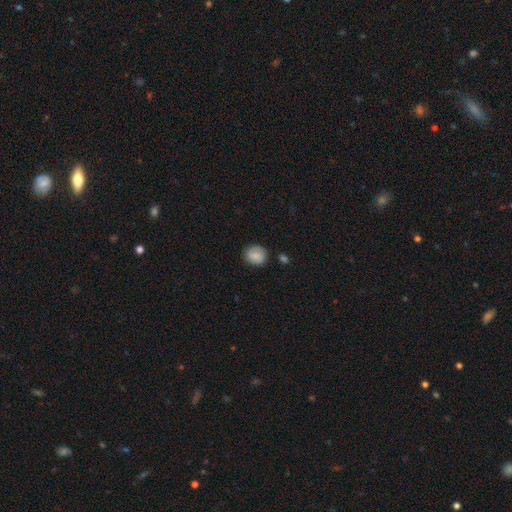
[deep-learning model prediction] smooth 74%, featured or disk 17%, star or artifact 8%. Down the decision tree: how rounded — round (71%); merging — none (78%).